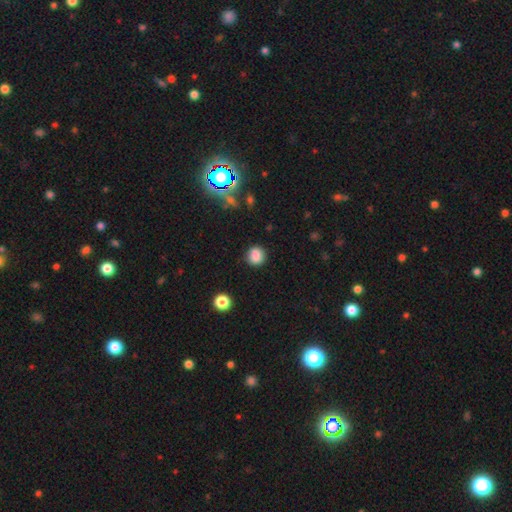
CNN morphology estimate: Smooth or featured? Predicted: smooth (p=0.84). How rounded? Predicted: round (p=0.86). Merging? Predicted: none (p=0.88).